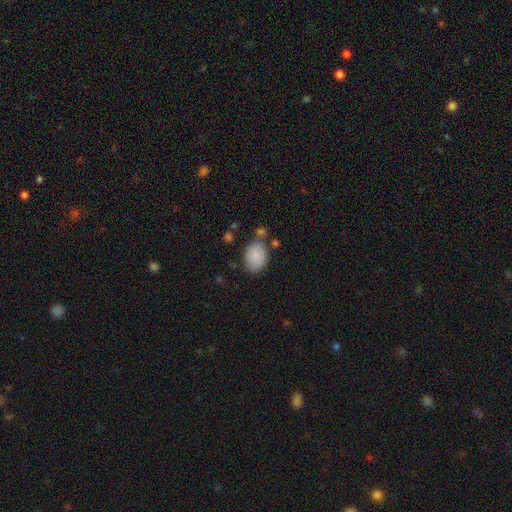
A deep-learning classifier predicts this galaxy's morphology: A smooth galaxy with no disk features (87%) that is in between round and cigar-shaped (70%). Merging: none (73%).